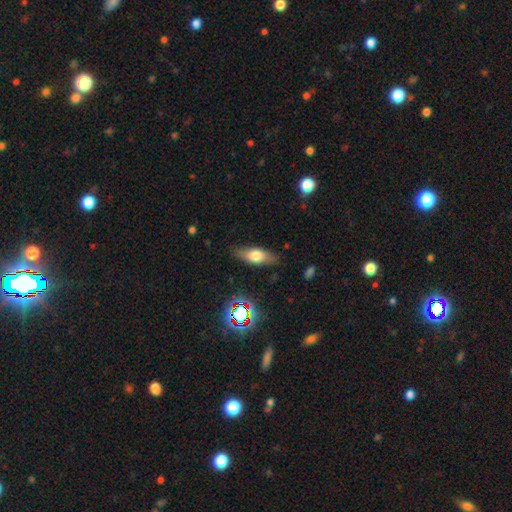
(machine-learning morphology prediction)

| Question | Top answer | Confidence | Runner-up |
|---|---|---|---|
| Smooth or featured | smooth | 65% | featured or disk (25%) |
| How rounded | in between | 73% | cigar-shaped (23%) |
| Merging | none | 82% | minor disturbance (13%) |